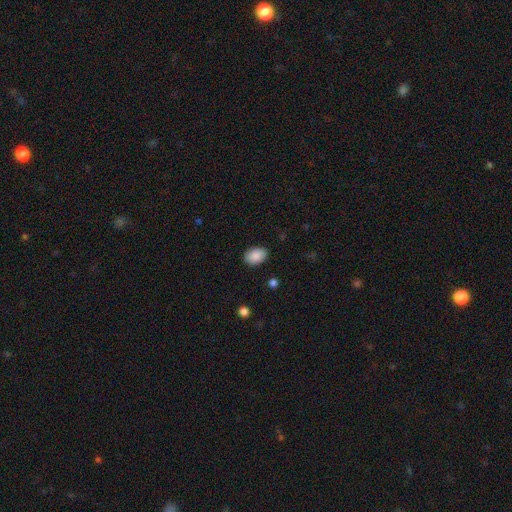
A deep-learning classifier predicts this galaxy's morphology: Overall: smooth (88%). How rounded: in between (86%). Merging: none (88%).